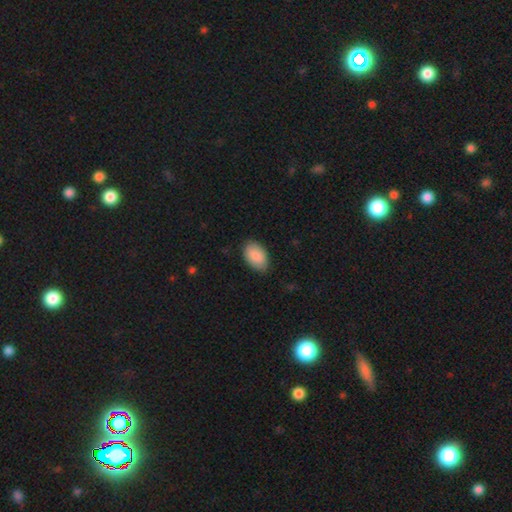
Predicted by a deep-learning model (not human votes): The model was most divided on "merging": none: 82%, minor disturbance: 15%, major disturbance: 3%, merger: 1%. More confident: how rounded — in between (93%); smooth or featured — smooth (89%).